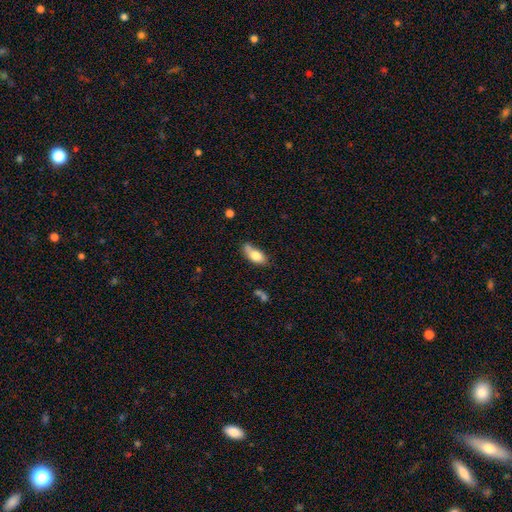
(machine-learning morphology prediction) smooth 76%, featured or disk 17%, star or artifact 7%. Down the decision tree: how rounded — in between (84%); merging — none (48%).